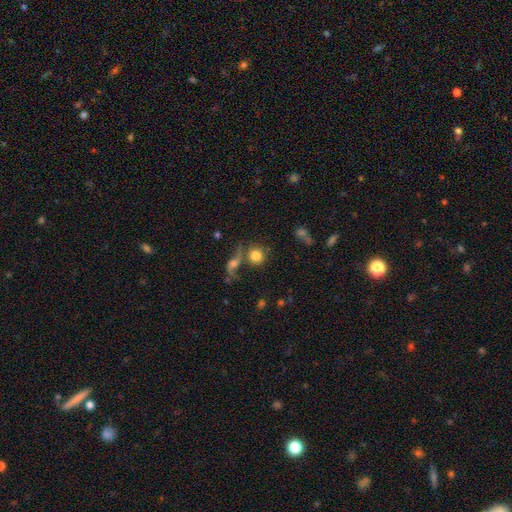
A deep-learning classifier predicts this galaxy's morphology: Overall: smooth (77%). How rounded: round (89%). Merging: none (57%; merger 25%).